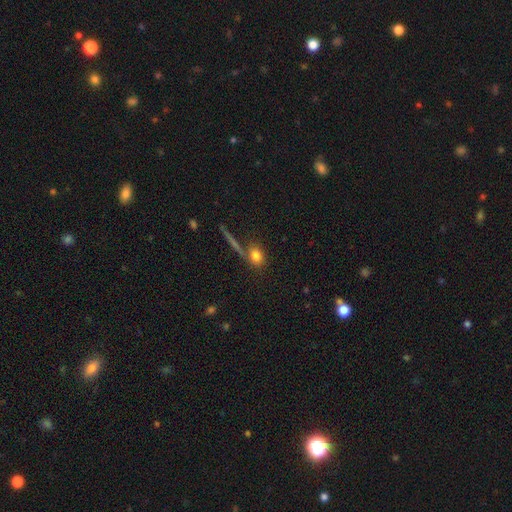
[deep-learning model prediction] Smooth or featured: smooth — 77% (featured or disk — 12%)
How rounded: round — 51% (in between — 42%)
Merging: none — 64% (merger — 17%)